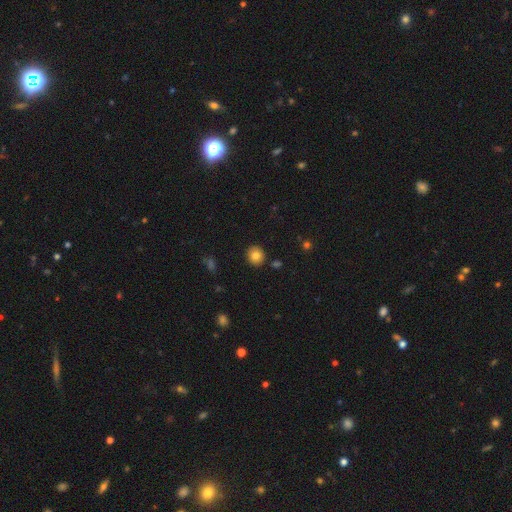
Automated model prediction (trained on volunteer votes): A smooth galaxy with no disk features (81%) that is round (86%).

Vote fractions:
- Smooth or featured? smooth: 81% / star or artifact: 10% / featured or disk: 9%
- How rounded? round: 86% / in between: 13% / cigar-shaped: 1%
- Merging? none: 90% / minor disturbance: 7% / merger: 2% / major disturbance: 2%